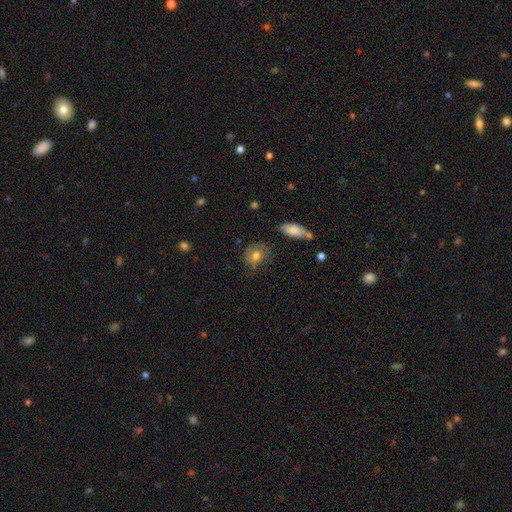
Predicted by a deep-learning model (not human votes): This is likely a smooth galaxy (74%). How rounded: likely round (68%). Merging: possibly none (56%).